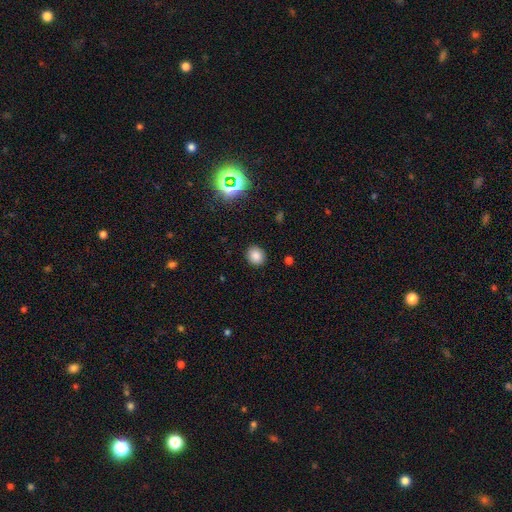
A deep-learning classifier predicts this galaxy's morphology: Q: Smooth or featured?
A: smooth (83%); runner-up: star or artifact (13%)
Q: How rounded?
A: round (80%); runner-up: in between (19%)
Q: Merging?
A: none (90%); runner-up: minor disturbance (7%)